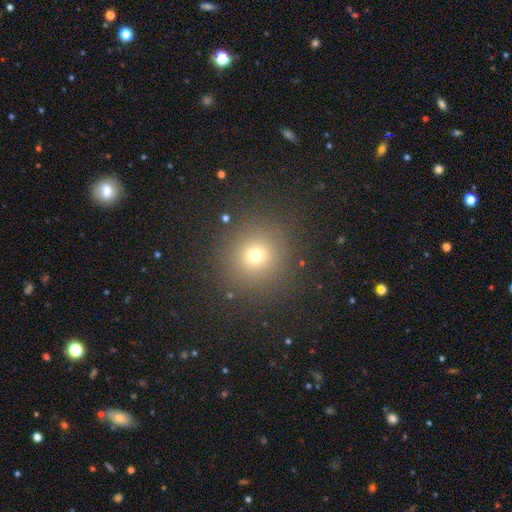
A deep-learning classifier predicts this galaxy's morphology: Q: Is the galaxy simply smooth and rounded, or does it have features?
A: smooth — 69%.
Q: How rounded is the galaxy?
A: round — 93%.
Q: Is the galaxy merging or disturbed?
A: none — 88%.